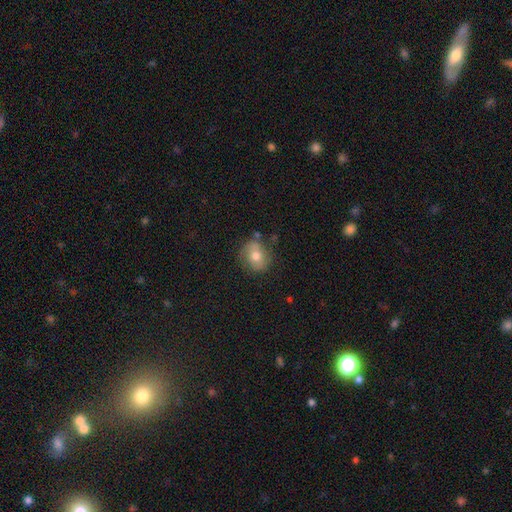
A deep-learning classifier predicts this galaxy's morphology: Smooth or featured? Predicted: smooth (p=0.67). How rounded? Predicted: round (p=0.67). Merging? Predicted: none (p=0.75).